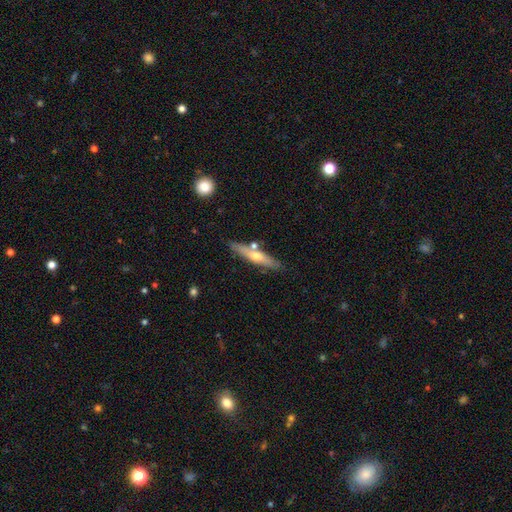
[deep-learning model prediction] Smooth or featured? Predicted: featured or disk (p=0.50). Merging? Predicted: none (p=0.75).